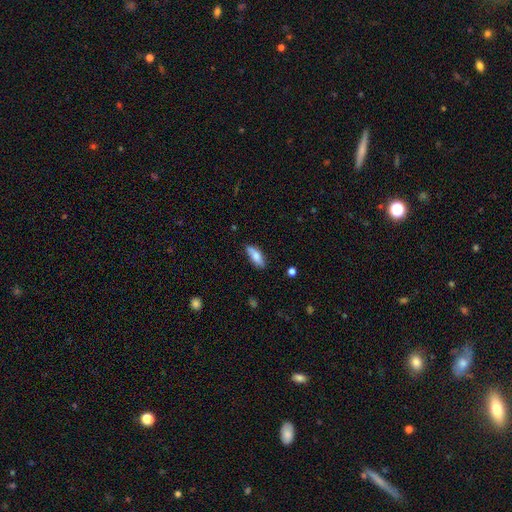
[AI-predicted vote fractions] A smooth galaxy with no disk features (76%) that is in between round and cigar-shaped (66%).

Vote fractions:
- Smooth or featured? smooth: 76% / featured or disk: 18% / star or artifact: 7%
- How rounded? in between: 66% / cigar-shaped: 31% / round: 2%
- Merging? none: 78% / minor disturbance: 17% / major disturbance: 3% / merger: 2%